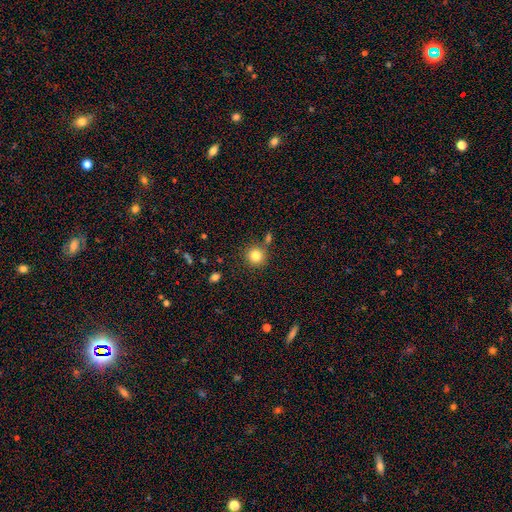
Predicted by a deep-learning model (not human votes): smooth_or_featured: smooth (p=0.83) [alt: star or artifact p=0.11]
how_rounded: round (p=0.93) [alt: in between p=0.06]
merging: none (p=0.79) [alt: merger p=0.09]